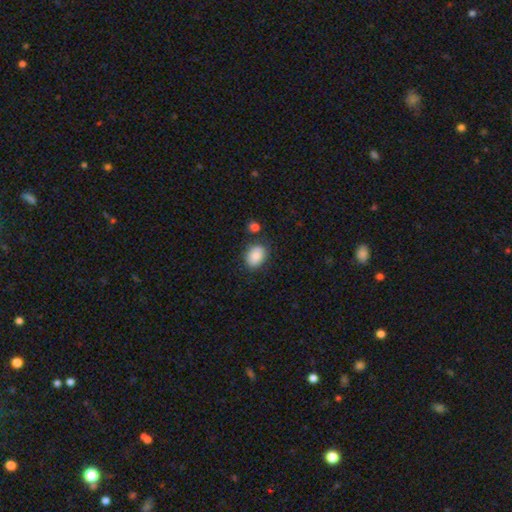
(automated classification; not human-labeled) This appears to be a smooth galaxy with no disk features (86%) that is in between round and cigar-shaped (71%). Merging: none (78%).